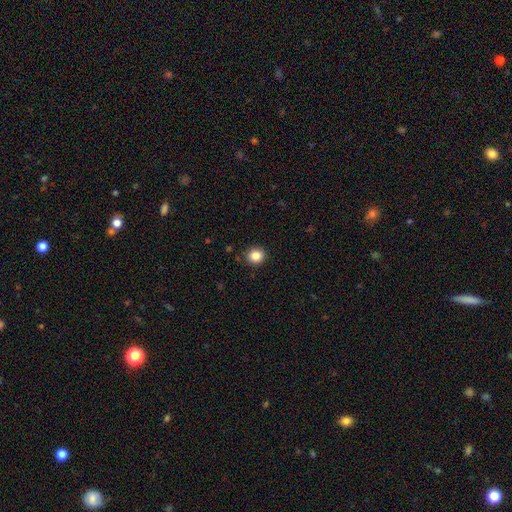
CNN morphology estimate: This appears to be a smooth galaxy with no disk features (85%) that is round (86%). Merging: none (90%).